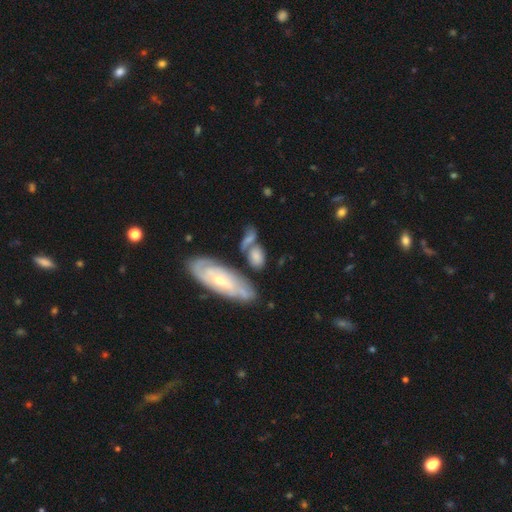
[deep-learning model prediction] Overall: smooth (55%; featured or disk 37%). How rounded: in between (78%). Merging: none (45%; merger 28%).